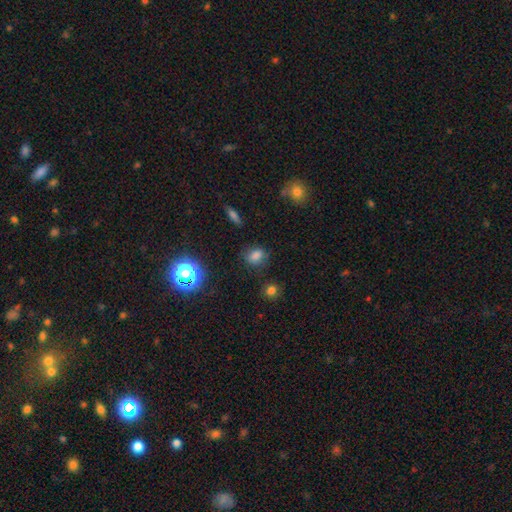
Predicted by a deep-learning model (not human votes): Overall: smooth (74%). How rounded: in between (56%; round 42%). Merging: none (75%).